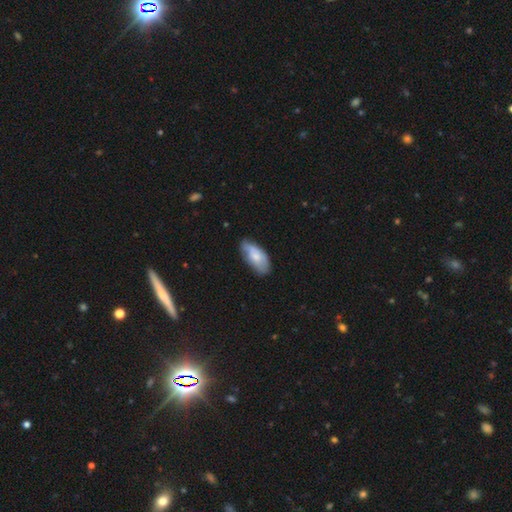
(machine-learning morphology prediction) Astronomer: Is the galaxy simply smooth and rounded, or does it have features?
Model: smooth — 63%.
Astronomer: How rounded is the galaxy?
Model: in between — 90%.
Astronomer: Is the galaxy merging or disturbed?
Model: none — 63%.